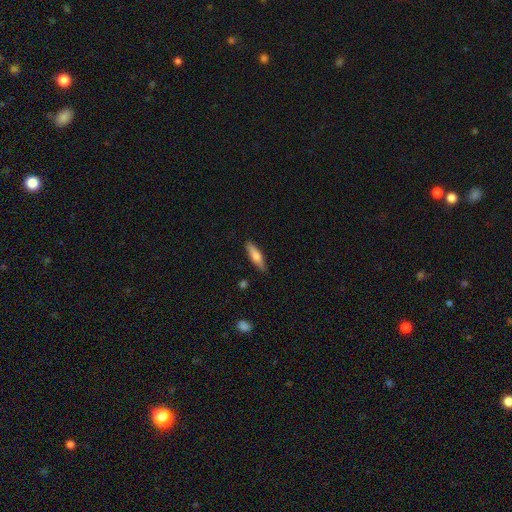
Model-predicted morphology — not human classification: Smooth or featured?
  - smooth: 66% *
  - featured or disk: 28%
  - star or artifact: 6%
How rounded?
  - cigar-shaped: 68% *
  - in between: 30%
  - round: 2%
Merging?
  - none: 86% *
  - minor disturbance: 10%
  - major disturbance: 2%
  - merger: 1%